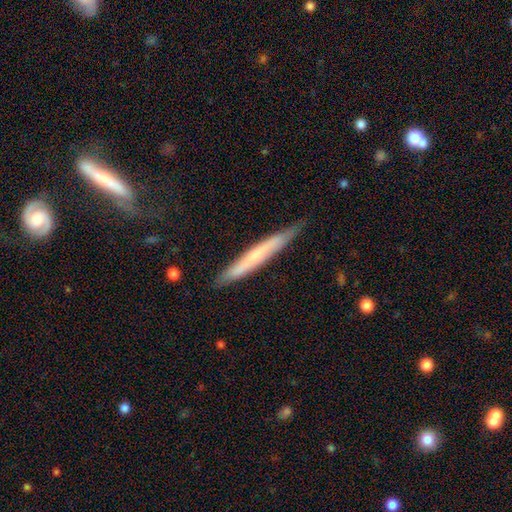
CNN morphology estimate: Q: Smooth or featured?
A: smooth (51%); runner-up: featured or disk (44%)
Q: How rounded?
A: cigar-shaped (96%); runner-up: in between (3%)
Q: Merging?
A: none (78%); runner-up: minor disturbance (18%)